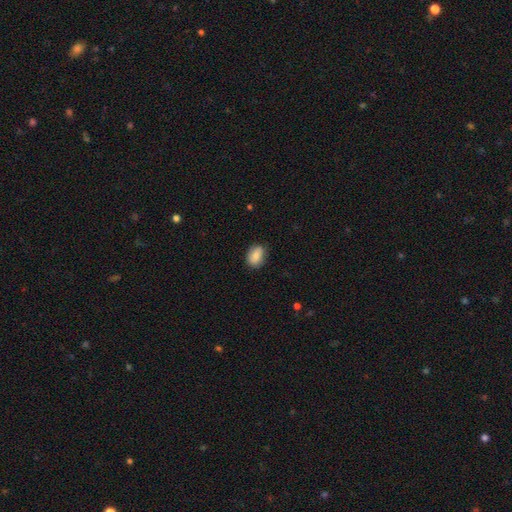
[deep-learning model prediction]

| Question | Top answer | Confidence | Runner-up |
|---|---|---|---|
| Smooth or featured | smooth | 84% | featured or disk (8%) |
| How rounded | in between | 76% | round (23%) |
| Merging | none | 80% | minor disturbance (16%) |